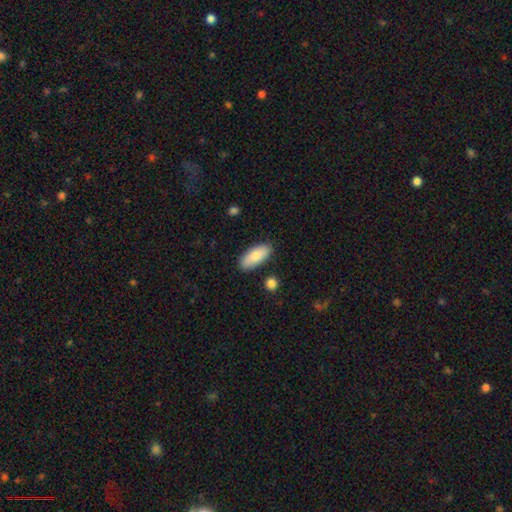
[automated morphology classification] Smooth or featured?
  - smooth: 85% *
  - featured or disk: 9%
  - star or artifact: 6%
How rounded?
  - in between: 84% *
  - cigar-shaped: 14%
  - round: 2%
Merging?
  - none: 84% *
  - minor disturbance: 11%
  - merger: 3%
  - major disturbance: 2%